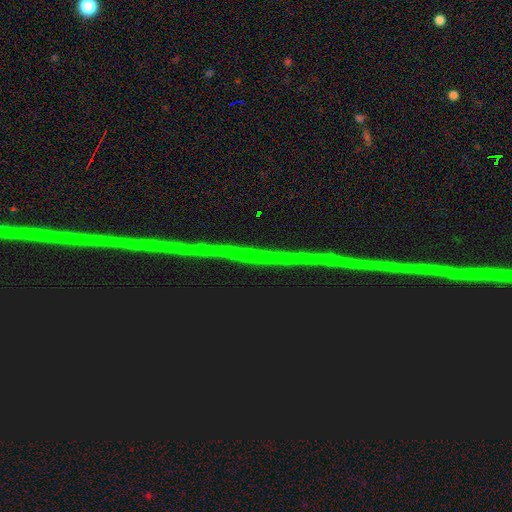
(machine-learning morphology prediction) The model was most divided on "smooth or featured": star or artifact: 89%, featured or disk: 7%, smooth: 4%.